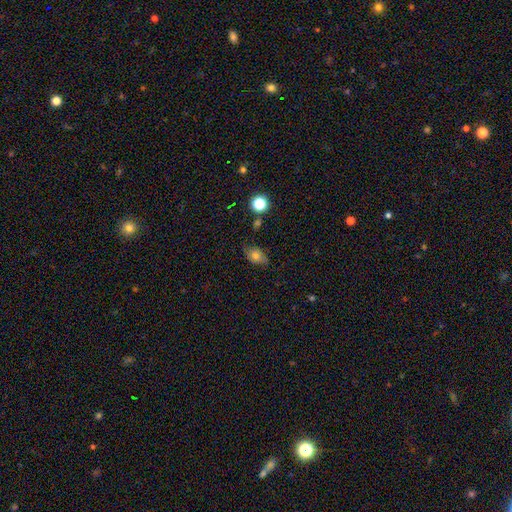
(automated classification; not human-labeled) Smooth or featured? smooth (72%)
How rounded? in between (80%)
Merging? none (70%)